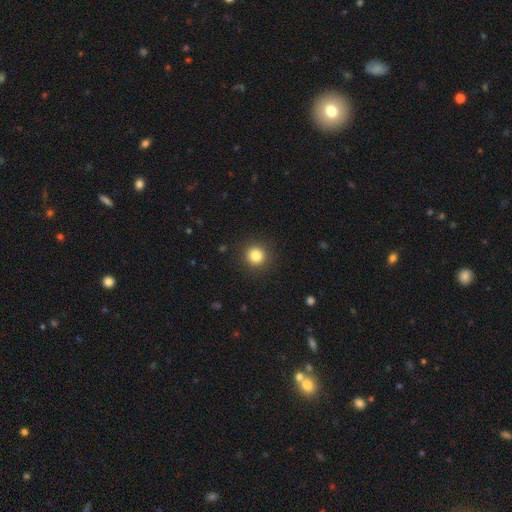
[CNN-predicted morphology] Q: Smooth or featured?
A: smooth (84%); runner-up: star or artifact (11%)
Q: How rounded?
A: round (94%); runner-up: in between (5%)
Q: Merging?
A: none (91%); runner-up: minor disturbance (6%)